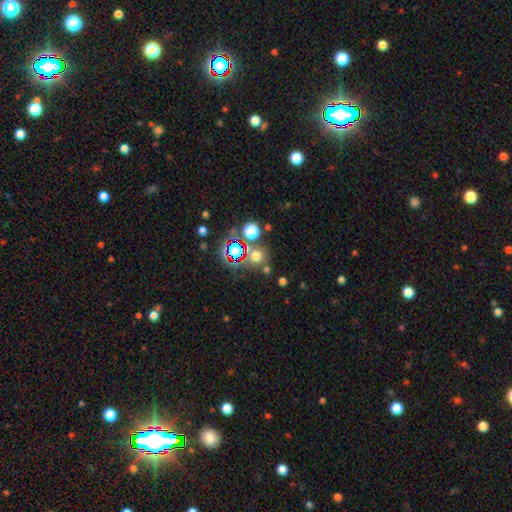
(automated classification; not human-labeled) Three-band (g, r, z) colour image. It shows a smooth galaxy with no disk features (59%) that is round (86%). Merging: none (68%).